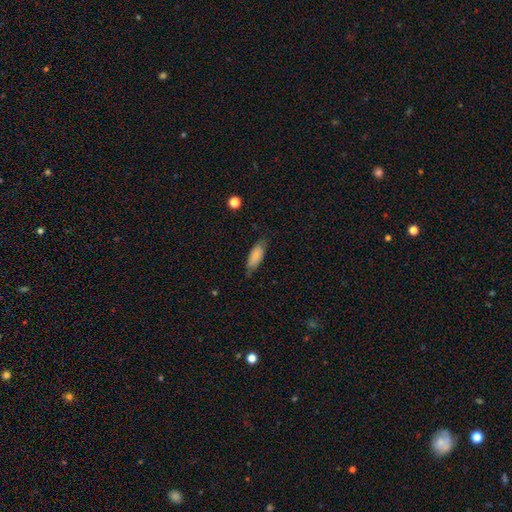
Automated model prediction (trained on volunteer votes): Smooth or featured? Predicted: smooth (p=0.83). How rounded? Predicted: in between (p=0.71). Merging? Predicted: none (p=0.71).